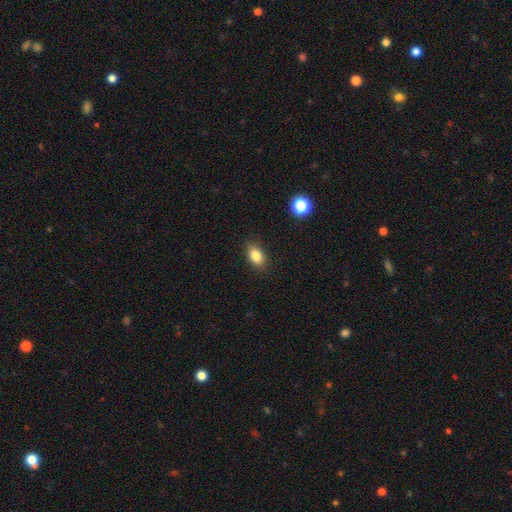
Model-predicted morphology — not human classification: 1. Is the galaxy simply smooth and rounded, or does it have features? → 84% smooth, 9% star or artifact, 7% featured or disk.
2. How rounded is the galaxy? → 86% in between, 11% round, 3% cigar-shaped.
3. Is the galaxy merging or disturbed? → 88% none, 9% minor disturbance, 2% major disturbance, 1% merger.